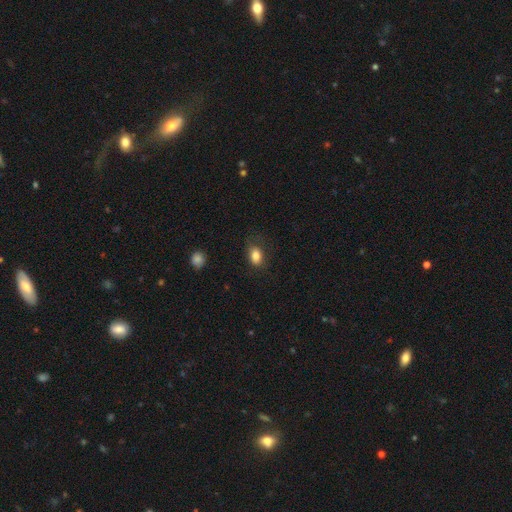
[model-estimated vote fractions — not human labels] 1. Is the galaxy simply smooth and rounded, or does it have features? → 84% smooth, 9% star or artifact, 7% featured or disk.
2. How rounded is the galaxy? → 82% in between, 16% round, 2% cigar-shaped.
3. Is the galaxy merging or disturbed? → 70% none, 20% minor disturbance, 9% major disturbance, 1% merger.